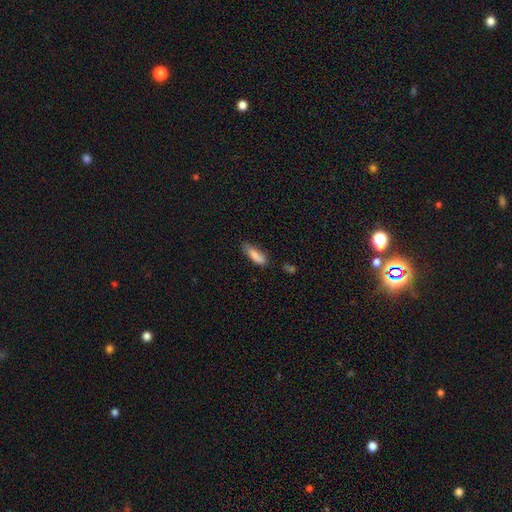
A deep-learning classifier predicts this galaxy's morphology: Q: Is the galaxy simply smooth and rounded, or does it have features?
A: smooth — 84%.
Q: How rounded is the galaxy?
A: in between — 54%.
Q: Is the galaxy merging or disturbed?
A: none — 61%.